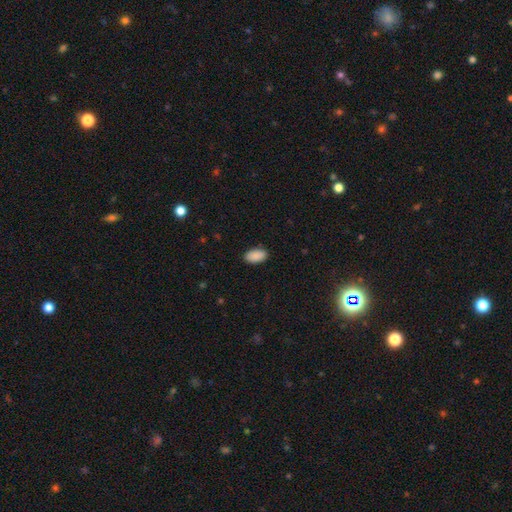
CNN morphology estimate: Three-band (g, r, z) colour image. It shows a smooth galaxy with no disk features (90%) that is in between round and cigar-shaped (95%). Merging: none (89%).